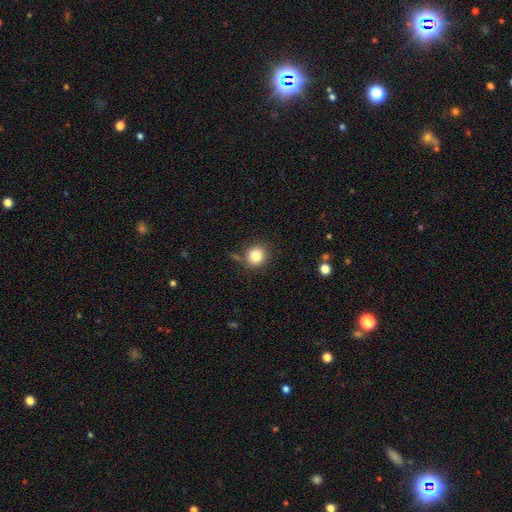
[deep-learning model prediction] A smooth galaxy with no disk features (82%) that is round (87%).

Vote fractions:
- Smooth or featured? smooth: 82% / star or artifact: 11% / featured or disk: 7%
- How rounded? round: 87% / in between: 12% / cigar-shaped: 1%
- Merging? none: 79% / minor disturbance: 12% / merger: 5% / major disturbance: 4%